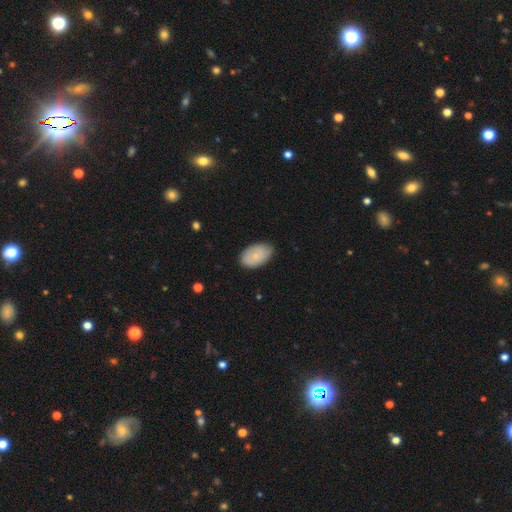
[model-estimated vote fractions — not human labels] A smooth galaxy with no disk features (79%) that is in between round and cigar-shaped (93%). Merging: none (83%).